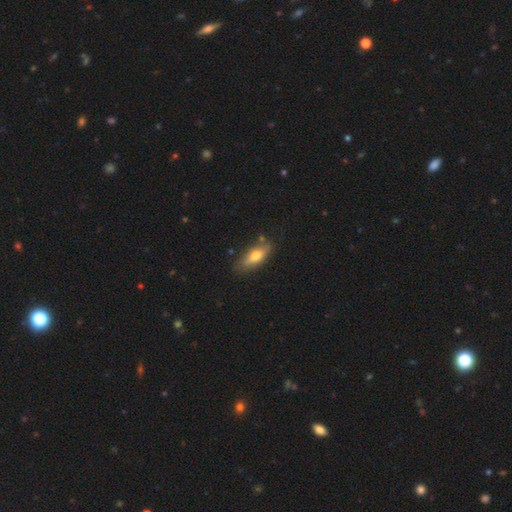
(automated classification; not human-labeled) Smooth or featured? Predicted: smooth (p=0.62). How rounded? Predicted: in between (p=0.66). Merging? Predicted: none (p=0.76).